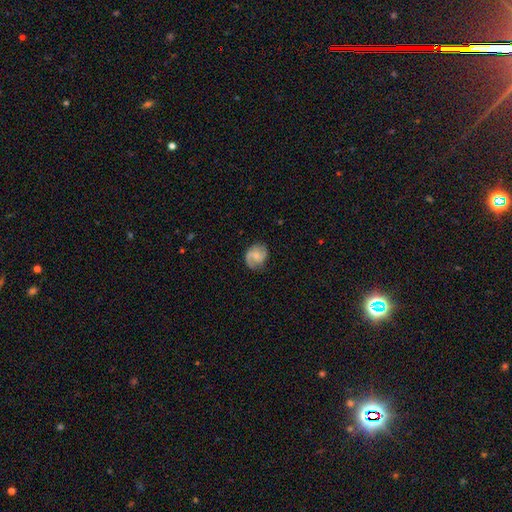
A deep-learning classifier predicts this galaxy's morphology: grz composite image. It shows a featured or disk galaxy (61%) with no bar (58%), 2 (72%) medium (46%) spiral arms (92%) and a small central bulge (46%). Merging: none (70%).